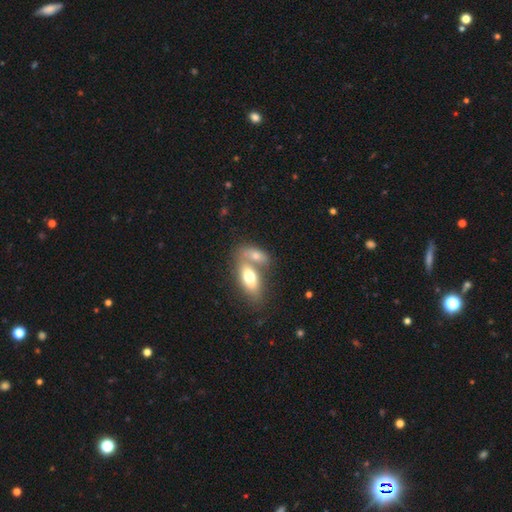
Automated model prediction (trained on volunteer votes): Q: Smooth or featured?
A: smooth (68%); runner-up: featured or disk (25%)
Q: How rounded?
A: in between (82%); runner-up: cigar-shaped (11%)
Q: Merging?
A: merger (62%); runner-up: none (26%)